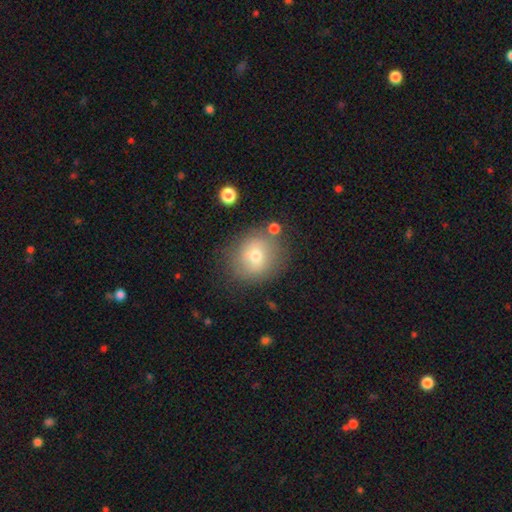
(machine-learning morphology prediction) This is likely a smooth galaxy (65%). How rounded: clearly round (82%). Merging: likely none (74%).